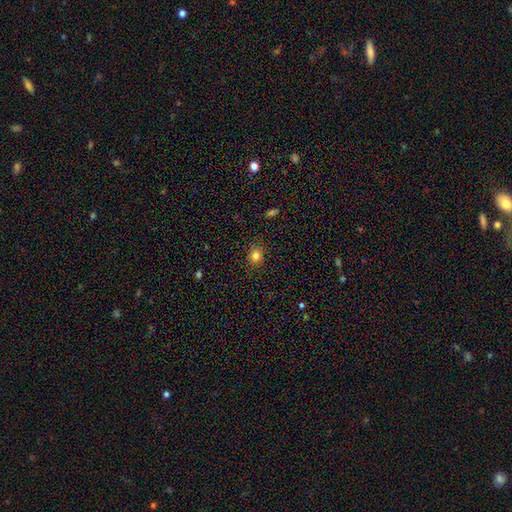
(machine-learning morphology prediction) type=smooth (81%); roundness=round (75%); merging=none (87%).